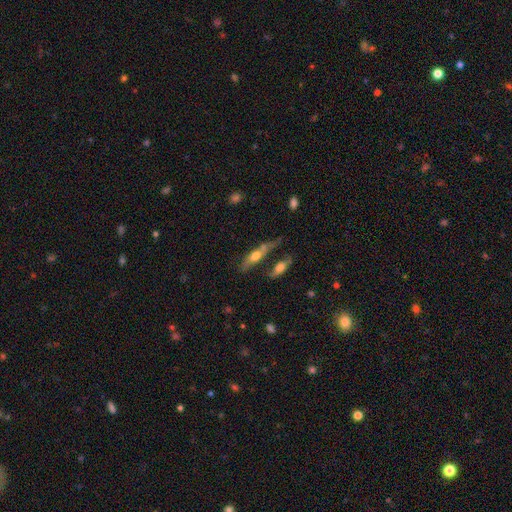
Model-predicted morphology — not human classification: This appears to be a smooth galaxy with no disk features (47%). Merging: none (43%).